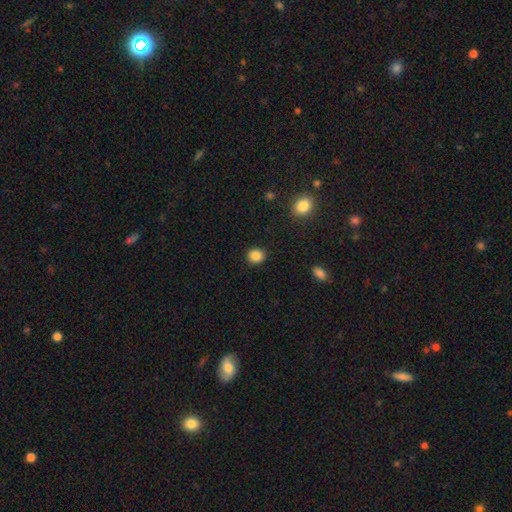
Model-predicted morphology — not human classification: A smooth galaxy with no disk features (86%) that is round (79%).

Vote fractions:
- Smooth or featured? smooth: 86% / star or artifact: 10% / featured or disk: 3%
- How rounded? round: 79% / in between: 20% / cigar-shaped: 1%
- Merging? none: 89% / minor disturbance: 7% / major disturbance: 2% / merger: 1%